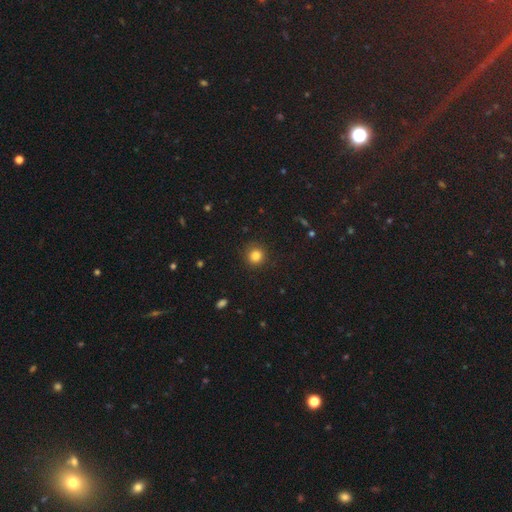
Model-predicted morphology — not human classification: A smooth galaxy with no disk features (83%) that is round (92%).

Vote fractions:
- Smooth or featured? smooth: 83% / star or artifact: 12% / featured or disk: 5%
- How rounded? round: 92% / in between: 7% / cigar-shaped: 1%
- Merging? none: 89% / minor disturbance: 7% / major disturbance: 2% / merger: 1%